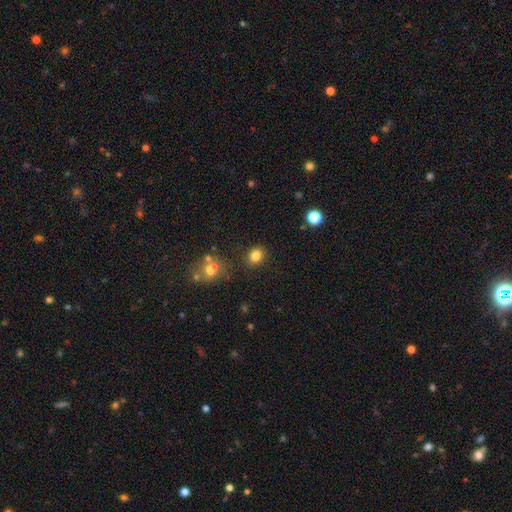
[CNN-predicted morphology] type=smooth (82%); roundness=round (62%); merging=none (83%).